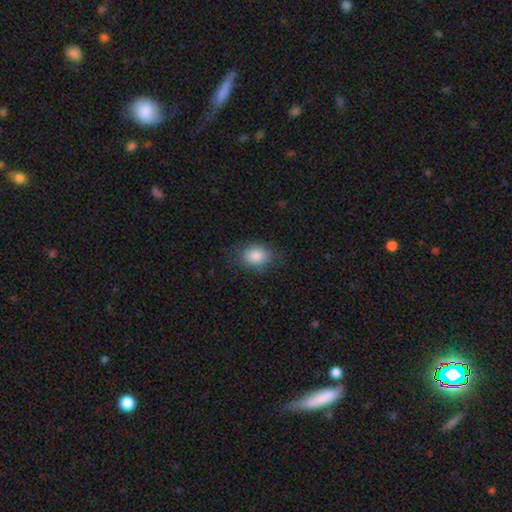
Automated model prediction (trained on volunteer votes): A smooth galaxy with no disk features (86%) that is in between round and cigar-shaped (67%). Merging: none (76%).